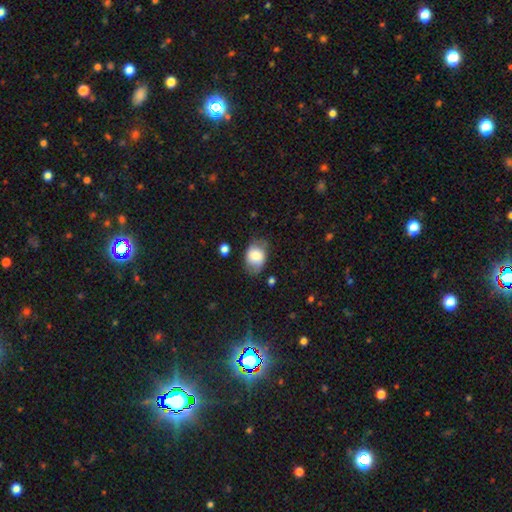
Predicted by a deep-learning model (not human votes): A smooth galaxy with no disk features (77%) that is in between round and cigar-shaped (70%).

Vote fractions:
- Smooth or featured? smooth: 77% / featured or disk: 16% / star or artifact: 8%
- How rounded? in between: 70% / round: 29% / cigar-shaped: 1%
- Merging? none: 63% / minor disturbance: 27% / major disturbance: 8% / merger: 2%